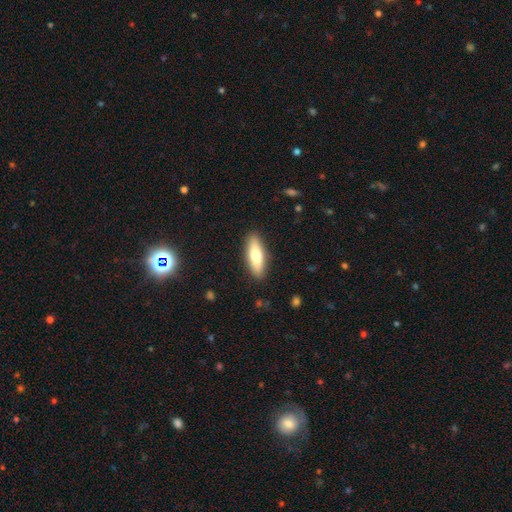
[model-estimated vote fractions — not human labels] smooth_or_featured: smooth (p=0.71) [alt: featured or disk p=0.23]
how_rounded: in between (p=0.51) [alt: cigar-shaped p=0.47]
merging: none (p=0.89) [alt: minor disturbance p=0.08]